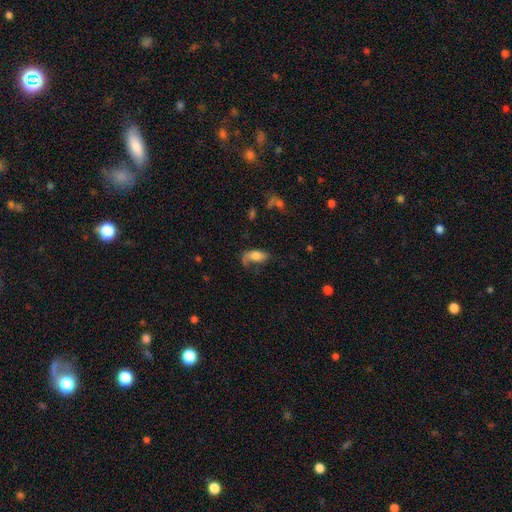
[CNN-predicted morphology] The model was most divided on "merging": major disturbance: 37%, none: 33%, minor disturbance: 25%, merger: 5%. More confident: how rounded — in between (87%); smooth or featured — smooth (62%).